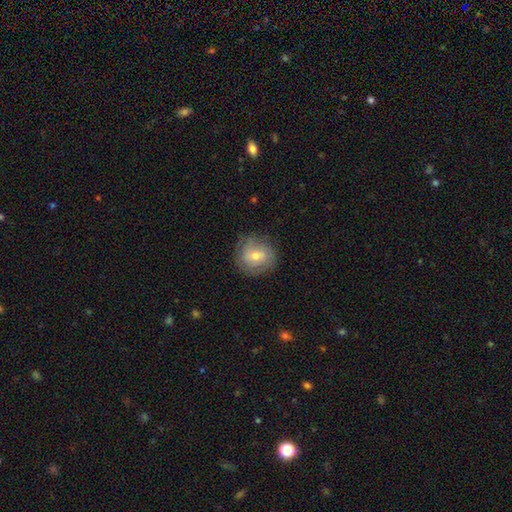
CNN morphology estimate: Smooth or featured? smooth (56%)
How rounded? round (86%)
Merging? none (78%)